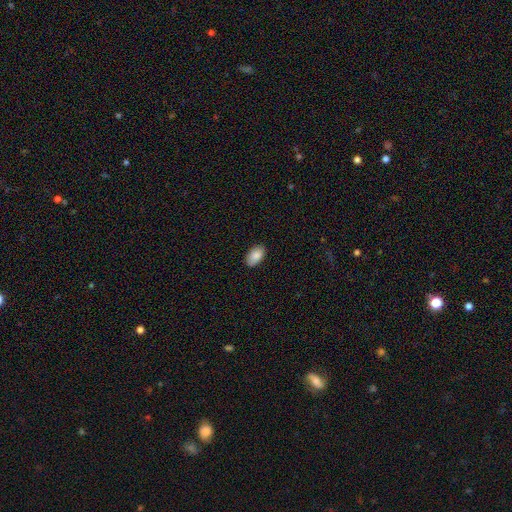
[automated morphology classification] This is clearly a smooth galaxy (88%). How rounded: clearly in between (94%). Merging: clearly none (87%).